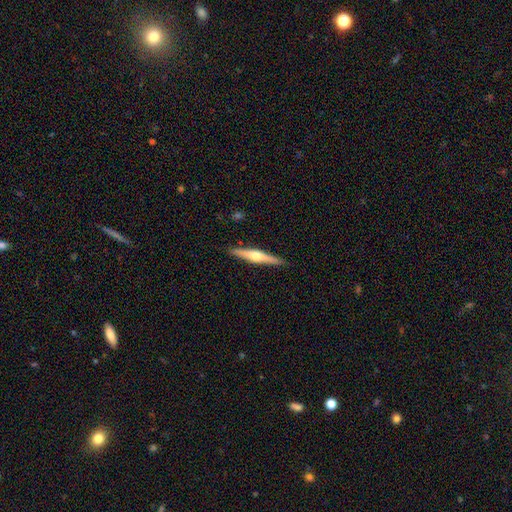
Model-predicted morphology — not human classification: This is likely a featured or disk galaxy (68%). It is clearly viewed edge-on (98%). Edge-on bulge: clearly rounded (92%). Merging: clearly none (91%).